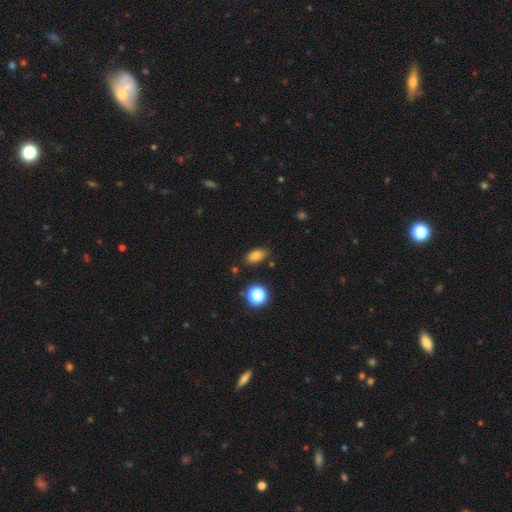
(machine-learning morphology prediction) smooth 79%, star or artifact 13%, featured or disk 8%. Down the decision tree: how rounded — in between (86%); merging — none (82%).